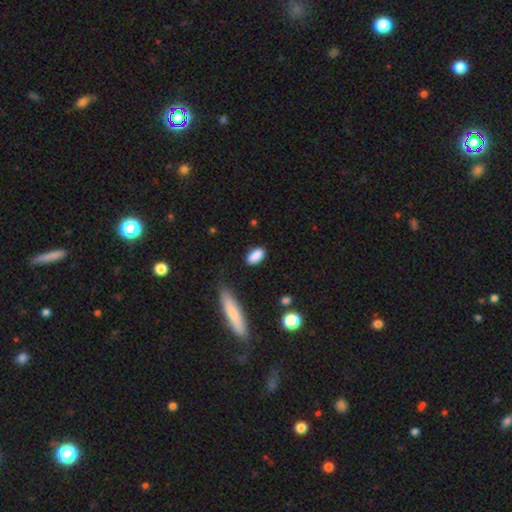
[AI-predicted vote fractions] Overall: smooth (88%). How rounded: in between (86%). Merging: none (84%).